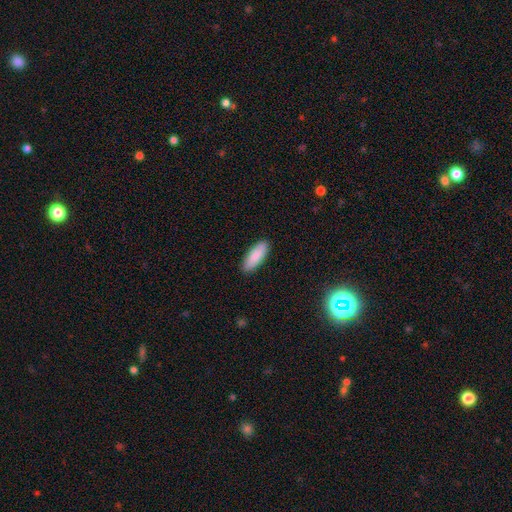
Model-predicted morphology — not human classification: A smooth galaxy with no disk features (88%) that is in between round and cigar-shaped (62%).

Vote fractions:
- Smooth or featured? smooth: 88% / featured or disk: 7% / star or artifact: 5%
- How rounded? in between: 62% / cigar-shaped: 36% / round: 2%
- Merging? none: 90% / minor disturbance: 7% / major disturbance: 2% / merger: 1%